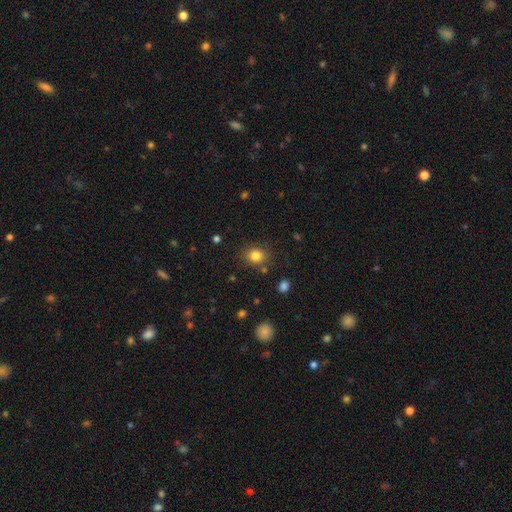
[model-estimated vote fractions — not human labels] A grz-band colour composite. It shows a smooth galaxy with no disk features (82%) that is round (67%). Merging: none (81%).